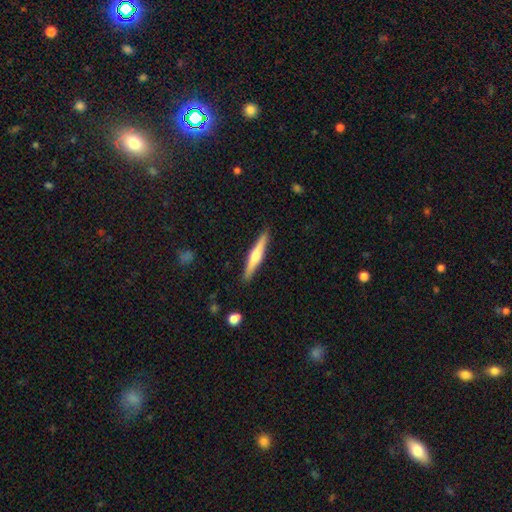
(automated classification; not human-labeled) featured or disk 60%, smooth 35%, star or artifact 5%. Down the decision tree: edge-on disk — yes (97%); edge-on bulge — rounded (88%); merging — none (90%).